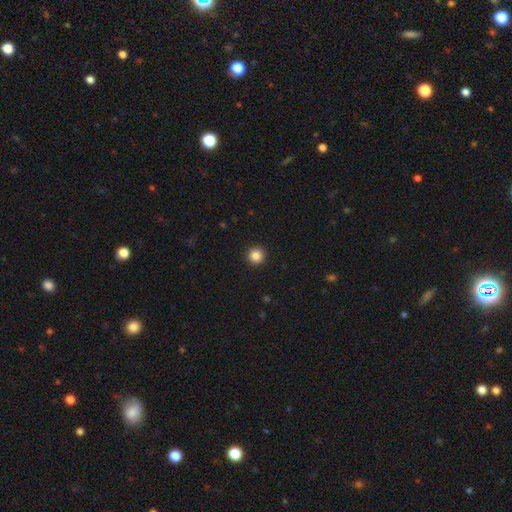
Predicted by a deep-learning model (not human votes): Morphology: type=smooth (86%); roundness=round (96%); merging=none (93%).